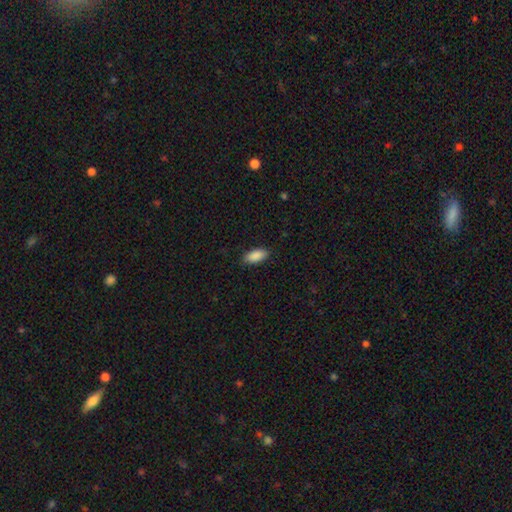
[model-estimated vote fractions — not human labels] Smooth or featured? Predicted: smooth (p=0.90). How rounded? Predicted: in between (p=0.89). Merging? Predicted: none (p=0.88).